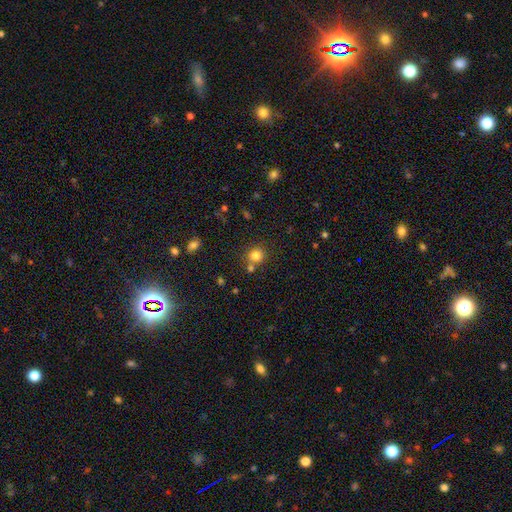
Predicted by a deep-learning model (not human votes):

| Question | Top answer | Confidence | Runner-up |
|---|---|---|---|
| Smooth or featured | smooth | 80% | star or artifact (14%) |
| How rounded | round | 89% | in between (10%) |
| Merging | none | 71% | merger (18%) |